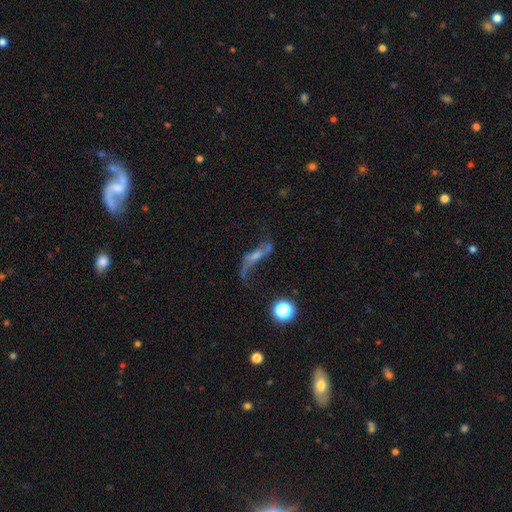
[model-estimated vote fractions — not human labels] A featured or disk galaxy (68%) with no bar (53%), spiral arms (81%) and a small central bulge (48%). Merging: none (47%).